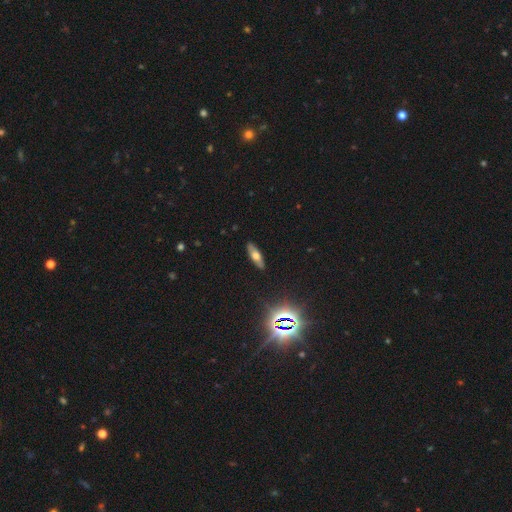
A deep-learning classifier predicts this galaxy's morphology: smooth 53%, featured or disk 33%, star or artifact 14%. Down the decision tree: how rounded — in between (55%); merging — none (88%).